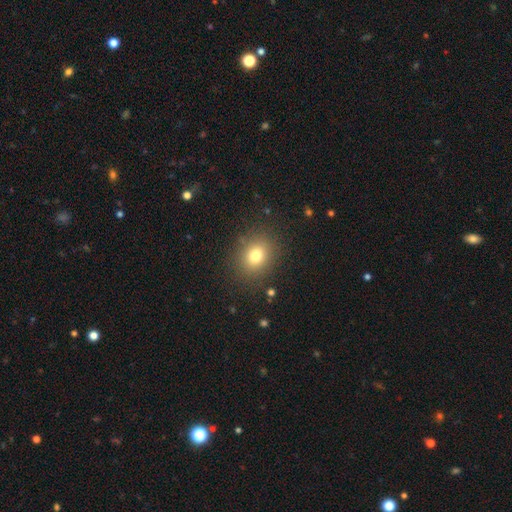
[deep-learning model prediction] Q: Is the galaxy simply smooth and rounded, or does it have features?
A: smooth — 77%.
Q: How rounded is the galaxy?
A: round — 60%.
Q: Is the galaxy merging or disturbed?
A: none — 86%.